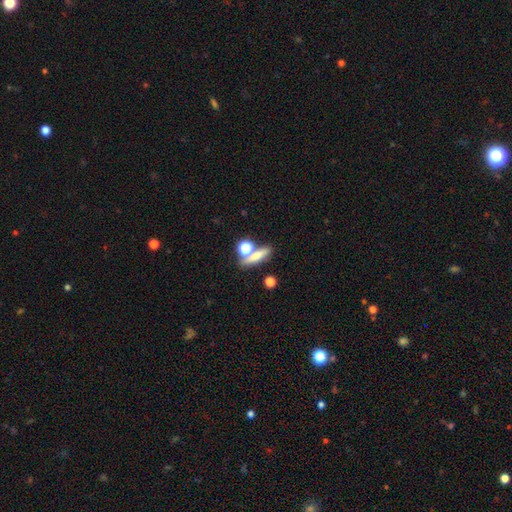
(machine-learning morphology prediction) type=smooth (68%); roundness=cigar-shaped (44%); merging=none (57%).